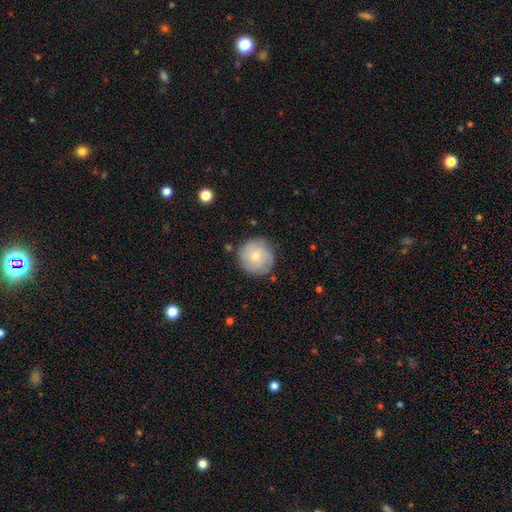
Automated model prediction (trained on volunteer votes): The model was most divided on "smooth or featured": smooth: 59%, featured or disk: 34%, star or artifact: 7%. More confident: how rounded — round (94%); merging — none (83%).